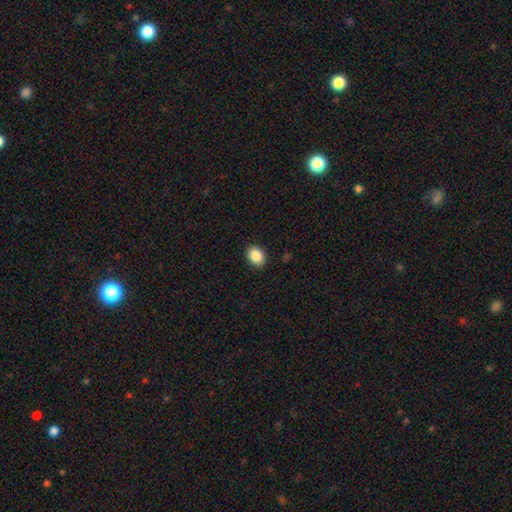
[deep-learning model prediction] Q: Smooth or featured?
A: smooth (87%); runner-up: star or artifact (9%)
Q: How rounded?
A: in between (57%); runner-up: round (42%)
Q: Merging?
A: none (91%); runner-up: minor disturbance (7%)